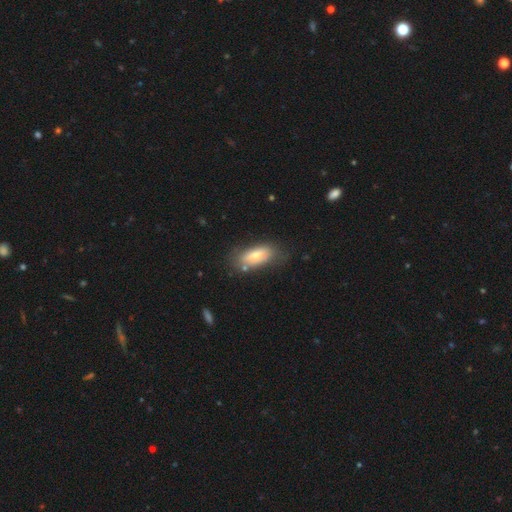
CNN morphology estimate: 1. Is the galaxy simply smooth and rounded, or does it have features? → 63% smooth, 30% featured or disk, 7% star or artifact.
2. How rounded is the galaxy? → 82% in between, 16% cigar-shaped, 3% round.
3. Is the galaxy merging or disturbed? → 68% none, 22% minor disturbance, 7% major disturbance, 4% merger.